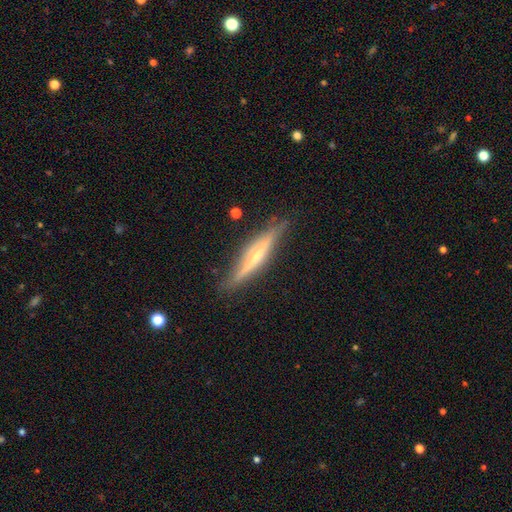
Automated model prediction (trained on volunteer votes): smooth_or_featured: featured or disk (p=0.73) [alt: smooth p=0.21]
disk_edge_on: yes (p=0.96) [alt: no p=0.04]
edge_on_bulge: rounded (p=0.67) [alt: none p=0.25]
merging: none (p=0.84) [alt: minor disturbance p=0.12]